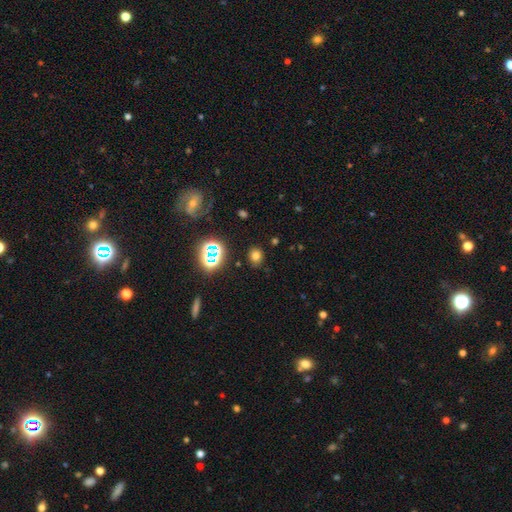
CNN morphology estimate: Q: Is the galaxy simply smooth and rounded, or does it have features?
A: smooth — 69%.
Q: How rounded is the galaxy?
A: round — 66%.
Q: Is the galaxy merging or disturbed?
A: none — 84%.